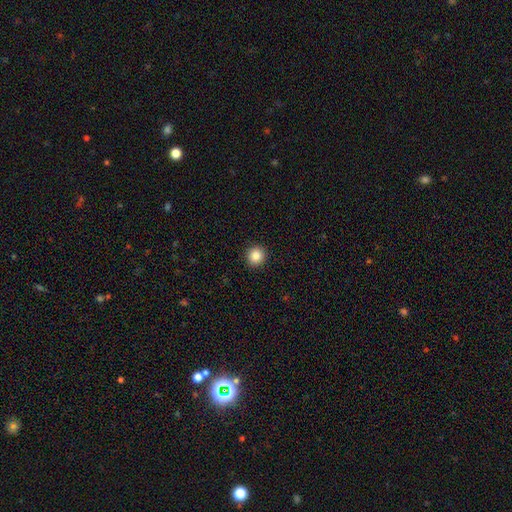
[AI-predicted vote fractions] smooth_or_featured: smooth (p=0.86) [alt: star or artifact p=0.10]
how_rounded: round (p=0.94) [alt: in between p=0.06]
merging: none (p=0.93) [alt: minor disturbance p=0.05]